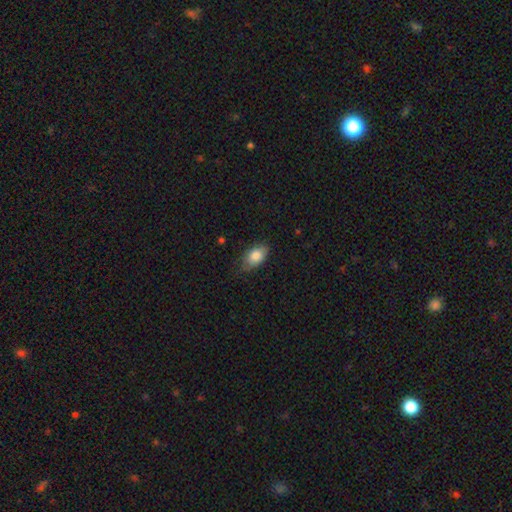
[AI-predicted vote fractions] This is clearly a smooth galaxy (84%). How rounded: clearly in between (90%). Merging: likely none (71%).